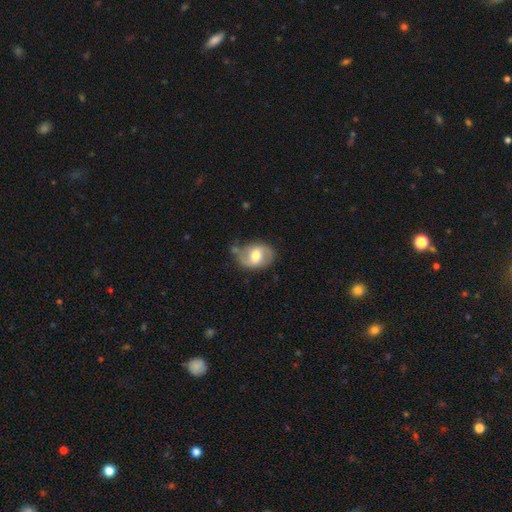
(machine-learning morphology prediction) smooth_or_featured: featured or disk (p=0.57) [alt: smooth p=0.37]
disk_edge_on: no (p=0.96) [alt: yes p=0.04]
bar: weak (p=0.49) [alt: no p=0.32]
has_spiral_arms: yes (p=0.77) [alt: no p=0.23]
bulge_size: moderate (p=0.67) [alt: large p=0.18]
merging: none (p=0.57) [alt: minor disturbance p=0.27]